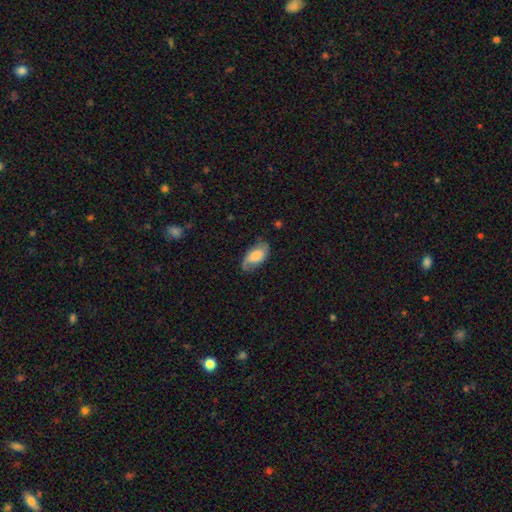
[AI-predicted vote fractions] Smooth or featured?
  - smooth: 51% *
  - featured or disk: 42%
  - star or artifact: 7%
How rounded?
  - in between: 92% *
  - cigar-shaped: 4%
  - round: 4%
Merging?
  - none: 70% *
  - minor disturbance: 22%
  - major disturbance: 7%
  - merger: 1%